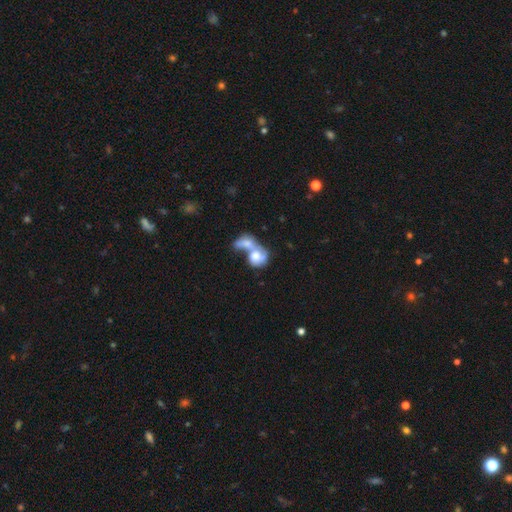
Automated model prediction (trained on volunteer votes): Overall: smooth (50%; featured or disk 42%). How rounded: in between (55%; round 42%). Merging: merger (79%).